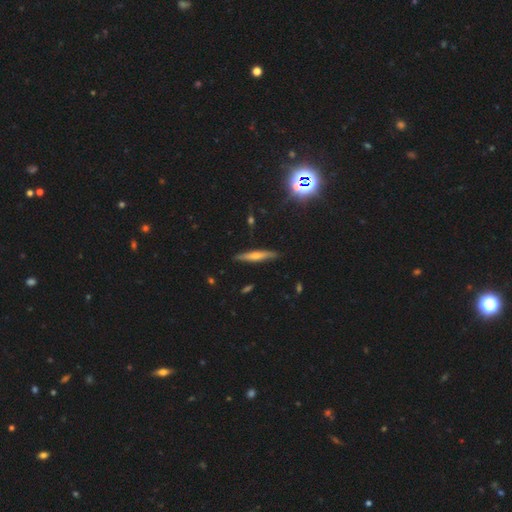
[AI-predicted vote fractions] Smooth or featured? Predicted: featured or disk (p=0.50). Merging? Predicted: none (p=0.88).